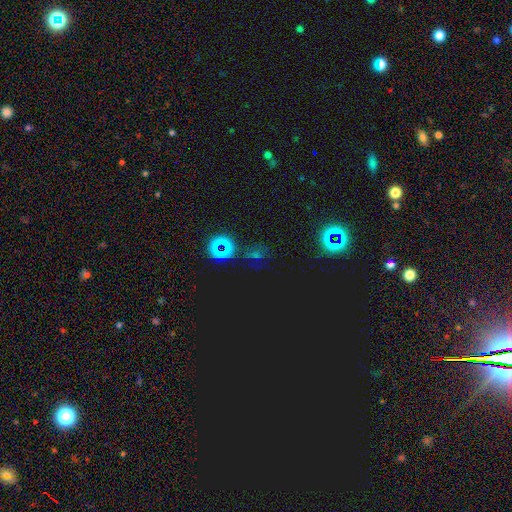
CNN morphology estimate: A star or artifact, not a galaxy (68%).

Vote fractions:
- Smooth or featured? star or artifact: 68% / smooth: 22% / featured or disk: 10%